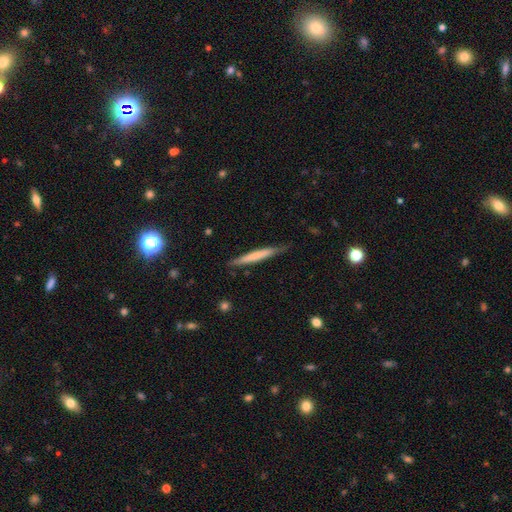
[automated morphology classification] Smooth or featured: smooth — 62% (featured or disk — 33%)
How rounded: cigar-shaped — 96% (in between — 3%)
Merging: none — 81% (minor disturbance — 16%)